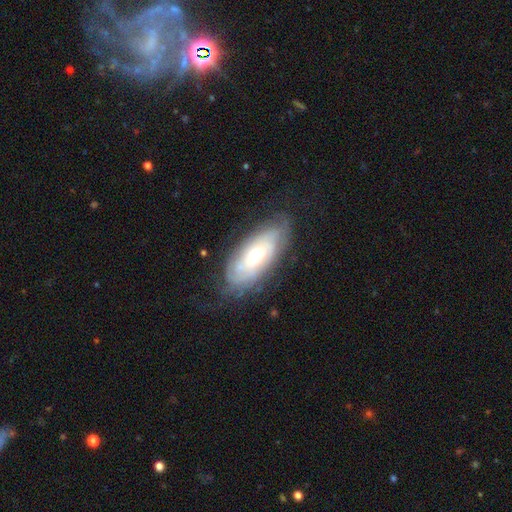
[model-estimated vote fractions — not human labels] Smooth or featured? Predicted: featured or disk (p=0.63). Edge-on disk? Predicted: no (p=0.87). Bar? Predicted: no (p=0.68). Spiral arms? Predicted: yes (p=0.82). Bulge size? Predicted: moderate (p=0.61). Merging? Predicted: none (p=0.68).